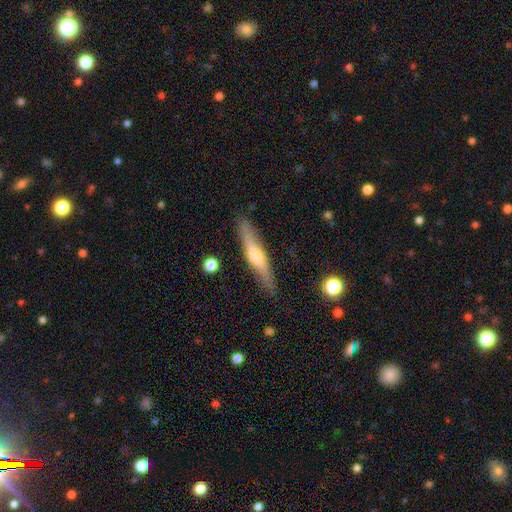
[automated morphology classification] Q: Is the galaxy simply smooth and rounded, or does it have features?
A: featured or disk — 55%.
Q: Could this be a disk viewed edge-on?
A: yes — 93%.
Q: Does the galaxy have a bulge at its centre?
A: rounded — 82%.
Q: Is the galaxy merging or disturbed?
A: none — 87%.